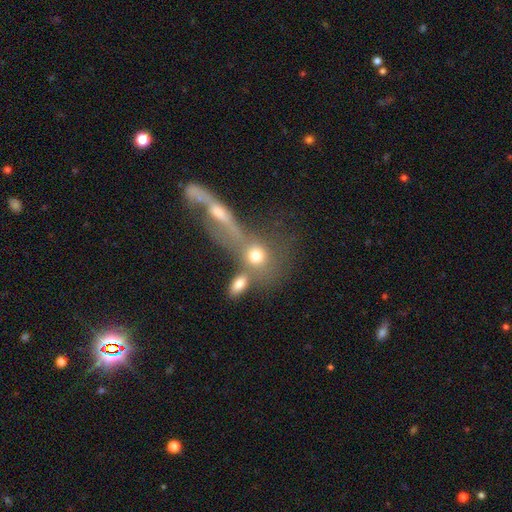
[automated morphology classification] smooth_or_featured: smooth (p=0.69) [alt: featured or disk p=0.20]
how_rounded: round (p=0.58) [alt: in between p=0.34]
merging: merger (p=0.45) [alt: none p=0.35]